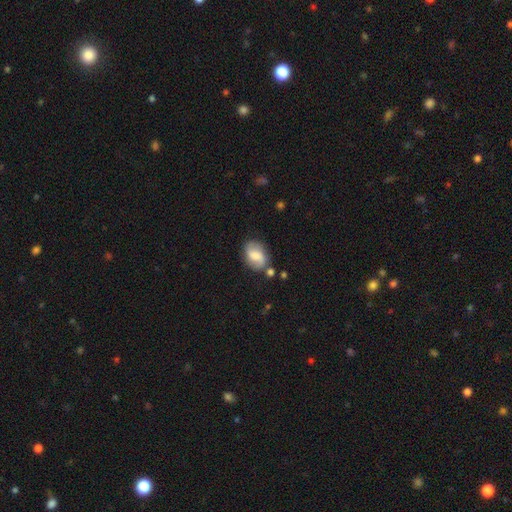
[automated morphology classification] This is possibly a featured or disk galaxy (49%). Merging: likely none (69%).